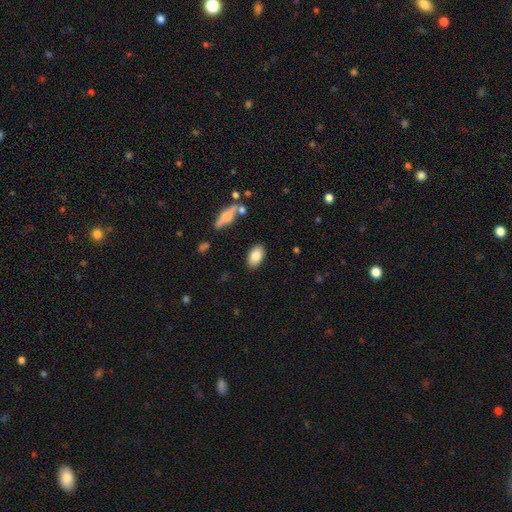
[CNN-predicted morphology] smooth-or-featured: smooth: 83% | featured or disk: 9% | star or artifact: 7%
  how-rounded: in between: 92% | round: 6% | cigar-shaped: 2%
  merging: none: 86% | minor disturbance: 10% | major disturbance: 3% | merger: 2%